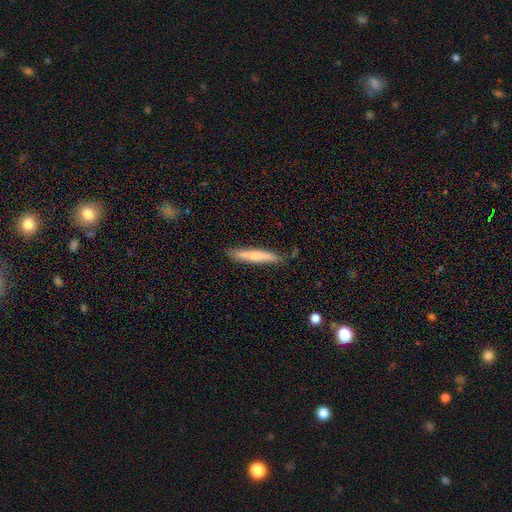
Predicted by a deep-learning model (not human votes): This appears to be a smooth galaxy with no disk features (67%) that is cigar-shaped (93%). Merging: none (83%).